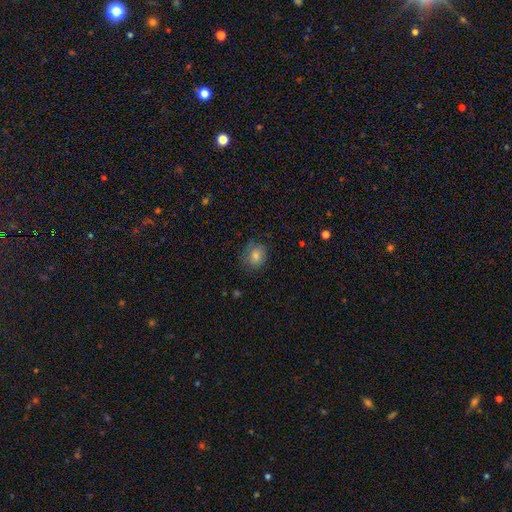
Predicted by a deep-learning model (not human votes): smooth 69%, featured or disk 17%, star or artifact 14%. Down the decision tree: how rounded — round (71%); merging — none (75%).